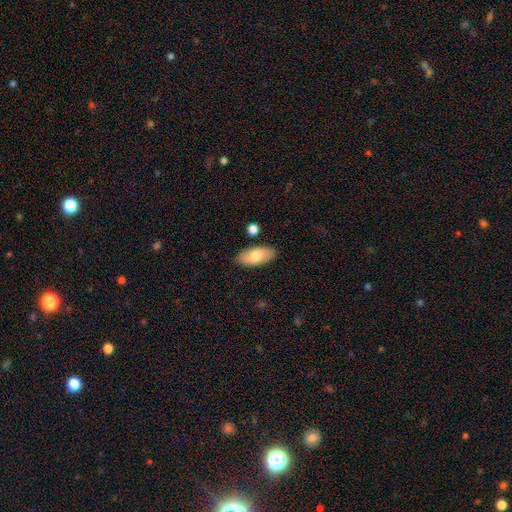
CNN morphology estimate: smooth-or-featured: smooth: 73% | featured or disk: 21% | star or artifact: 6%
  how-rounded: in between: 90% | cigar-shaped: 7% | round: 3%
  merging: none: 85% | minor disturbance: 10% | merger: 3% | major disturbance: 2%